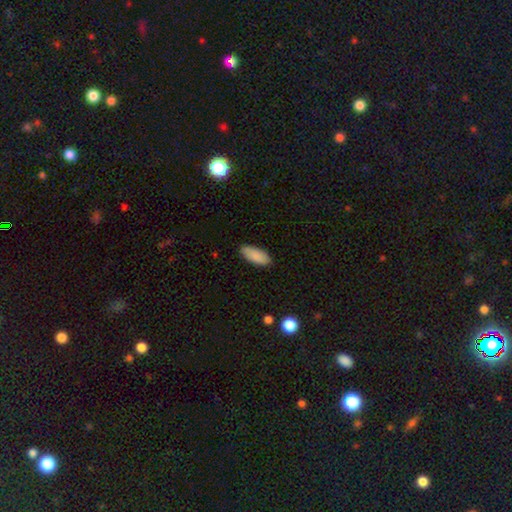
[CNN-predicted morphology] type=smooth (89%); roundness=in between (83%); merging=none (85%).